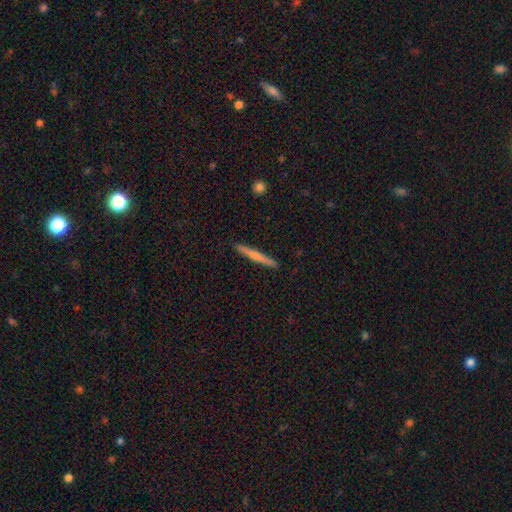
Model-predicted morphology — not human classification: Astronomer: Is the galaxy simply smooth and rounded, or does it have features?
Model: smooth — 53% (runner-up: featured or disk, 41%).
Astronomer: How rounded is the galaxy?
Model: cigar-shaped — 96%.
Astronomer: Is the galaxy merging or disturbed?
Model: none — 91%.